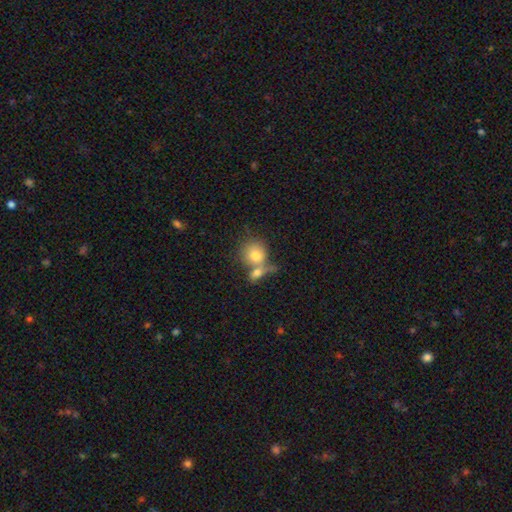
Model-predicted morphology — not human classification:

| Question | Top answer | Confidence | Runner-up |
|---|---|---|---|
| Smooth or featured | smooth | 76% | featured or disk (15%) |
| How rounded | round | 77% | in between (21%) |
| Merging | merger | 52% | none (34%) |